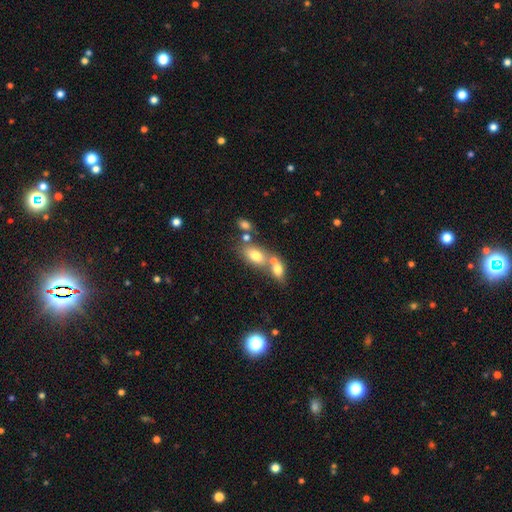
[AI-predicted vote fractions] A smooth galaxy with no disk features (72%) that is in between round and cigar-shaped (82%). Merging: merger (49%).